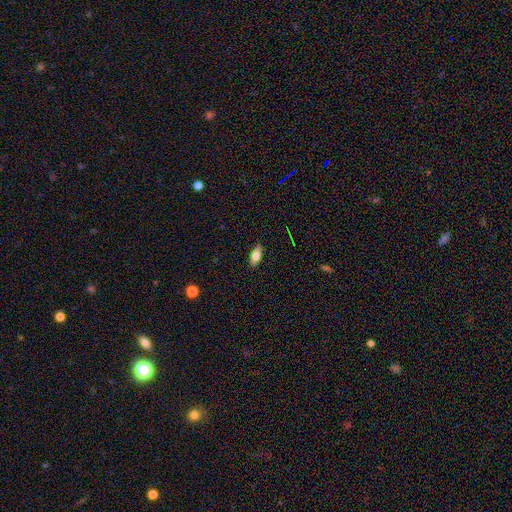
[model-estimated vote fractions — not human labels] Q: Smooth or featured?
A: smooth (70%); runner-up: featured or disk (22%)
Q: How rounded?
A: in between (78%); runner-up: cigar-shaped (19%)
Q: Merging?
A: none (89%); runner-up: minor disturbance (9%)